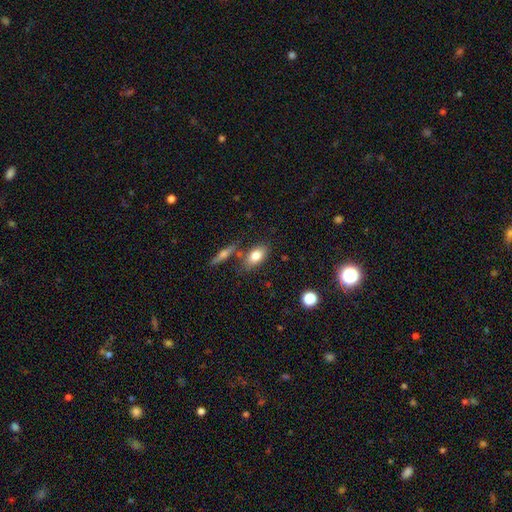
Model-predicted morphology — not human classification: smooth_or_featured: smooth (p=0.80) [alt: featured or disk p=0.13]
how_rounded: in between (p=0.86) [alt: round p=0.09]
merging: none (p=0.69) [alt: minor disturbance p=0.14]